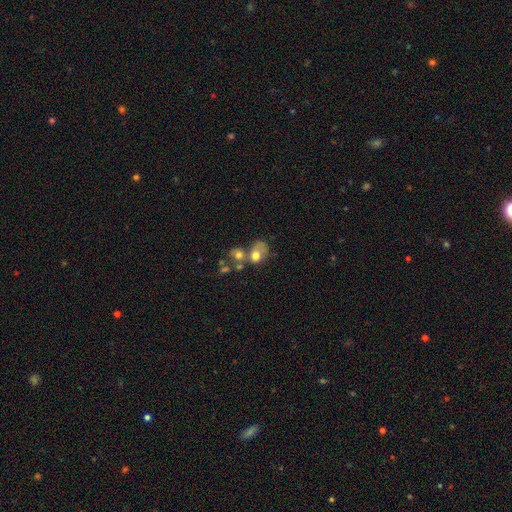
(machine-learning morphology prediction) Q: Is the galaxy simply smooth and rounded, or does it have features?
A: smooth — 63%.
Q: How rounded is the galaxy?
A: in between — 52%.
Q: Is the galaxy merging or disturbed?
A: merger — 55%.